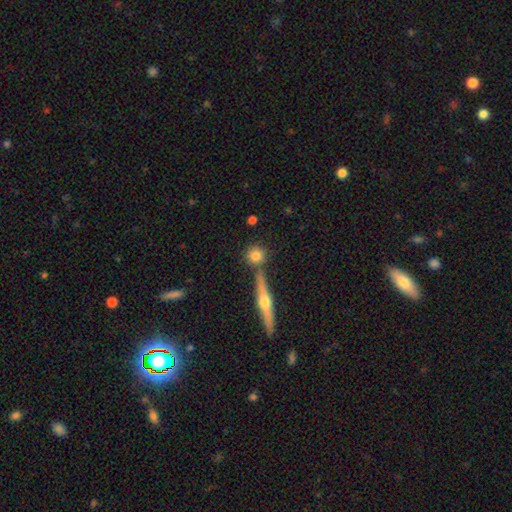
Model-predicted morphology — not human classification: Smooth or featured? smooth (76%)
How rounded? round (88%)
Merging? none (74%)